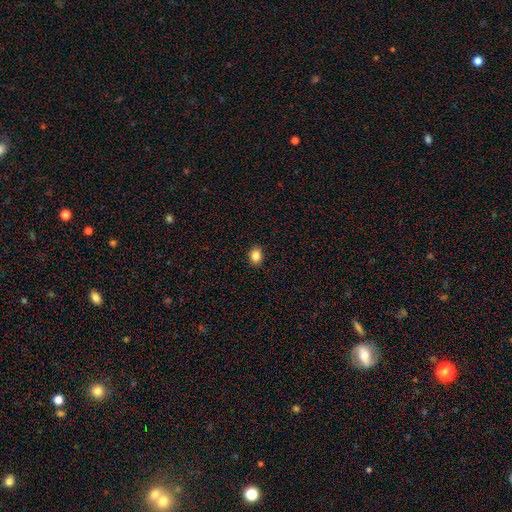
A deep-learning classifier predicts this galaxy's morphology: A smooth galaxy with no disk features (85%) that is in between round and cigar-shaped (53%).

Vote fractions:
- Smooth or featured? smooth: 85% / star or artifact: 10% / featured or disk: 5%
- How rounded? in between: 53% / round: 46% / cigar-shaped: 1%
- Merging? none: 90% / minor disturbance: 7% / major disturbance: 2% / merger: 1%